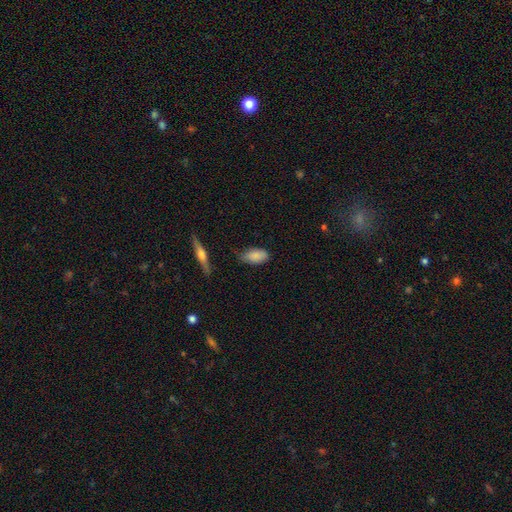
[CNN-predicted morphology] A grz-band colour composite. It shows a smooth galaxy with no disk features (84%) that is in between round and cigar-shaped (91%). Merging: none (68%).